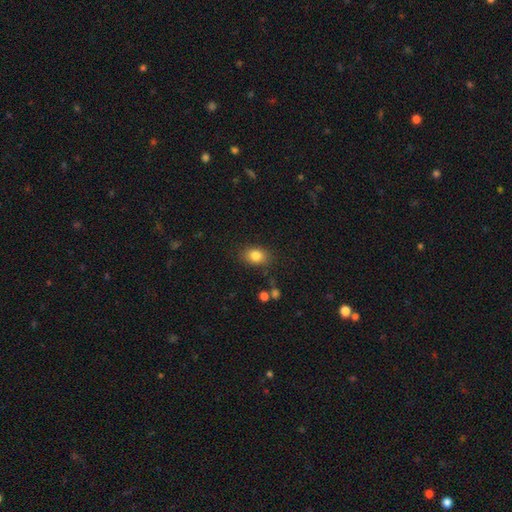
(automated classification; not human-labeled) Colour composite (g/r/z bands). It shows a smooth galaxy with no disk features (83%) that is in between round and cigar-shaped (72%). Merging: none (82%).